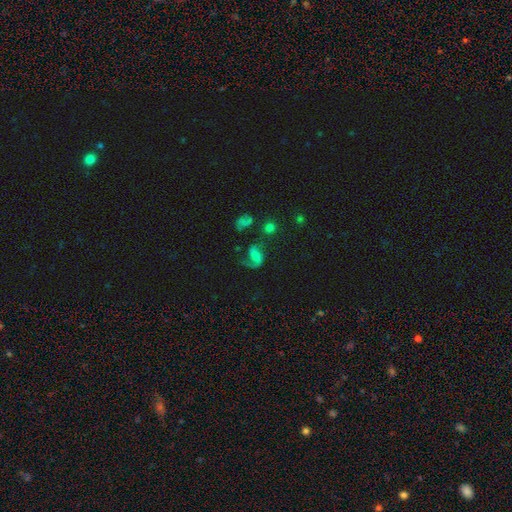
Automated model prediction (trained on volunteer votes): Q: Smooth or featured?
A: featured or disk (66%); runner-up: smooth (21%)
Q: Edge-on disk?
A: no (97%); runner-up: yes (3%)
Q: Bar?
A: no (46%); runner-up: weak (40%)
Q: Spiral arms?
A: yes (90%); runner-up: no (10%)
Q: Spiral winding?
A: loose (55%); runner-up: medium (36%)
Q: Spiral arm count?
A: 2 (64%); runner-up: 1 (29%)
Q: Bulge size?
A: small (36%); runner-up: moderate (31%)
Q: Merging?
A: none (42%); runner-up: major disturbance (32%)